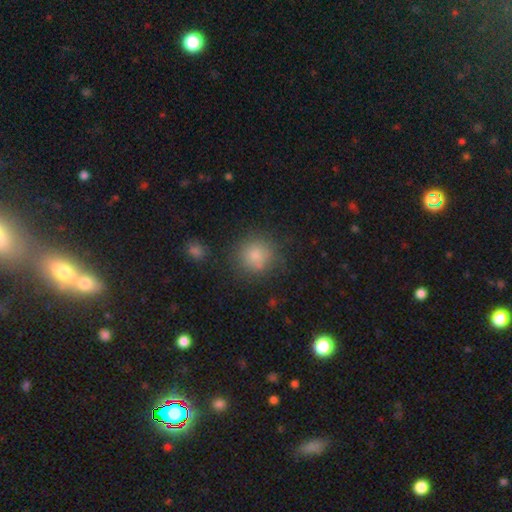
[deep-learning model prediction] A smooth galaxy with no disk features (81%) that is round (90%).

Vote fractions:
- Smooth or featured? smooth: 81% / star or artifact: 11% / featured or disk: 8%
- How rounded? round: 90% / in between: 9% / cigar-shaped: 1%
- Merging? none: 73% / minor disturbance: 14% / merger: 7% / major disturbance: 5%